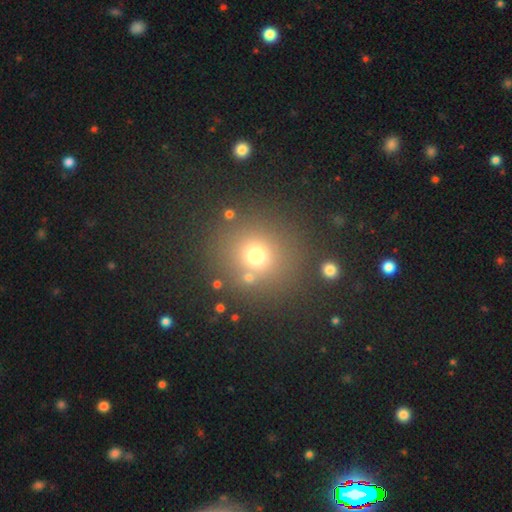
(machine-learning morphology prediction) Overall: smooth (68%). How rounded: round (88%). Merging: none (79%).